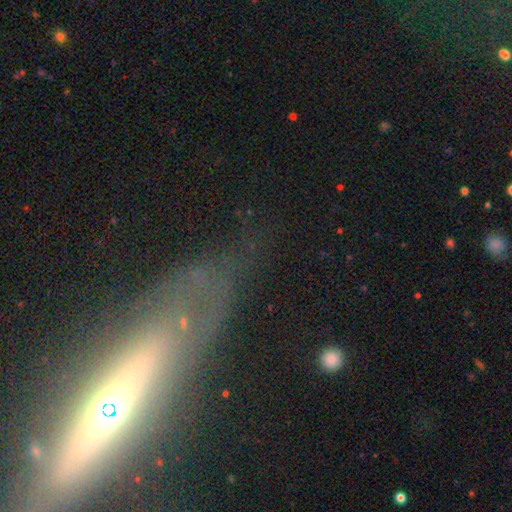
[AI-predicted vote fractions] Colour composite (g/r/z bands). It shows a featured or disk galaxy (40%). Merging: none (62%).